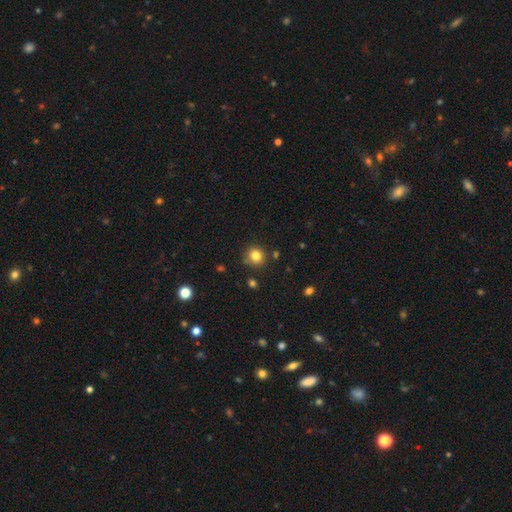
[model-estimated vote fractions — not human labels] Smooth or featured? smooth (82%)
How rounded? round (87%)
Merging? none (81%)